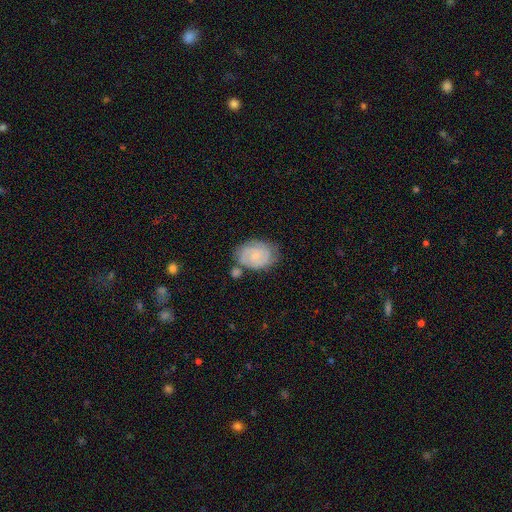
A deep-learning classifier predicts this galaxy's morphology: smooth-or-featured: featured or disk: 75% | smooth: 18% | star or artifact: 7%
  disk-edge-on: no: 98% | yes: 2%
    bar: no: 59% | weak: 35% | strong: 6%
    has-spiral-arms: yes: 95% | no: 5%
      spiral-winding: tight: 66% | medium: 28% | loose: 6%
      spiral-arm-count: 2: 61% | can't tell: 15% | 3: 14% | 1: 3% | 4: 3% | more than 4: 3%
    bulge-size: small: 66% | none: 17% | moderate: 15% | large: 1% | dominant: 1%
  merging: none: 66% | minor disturbance: 18% | merger: 10% | major disturbance: 6%